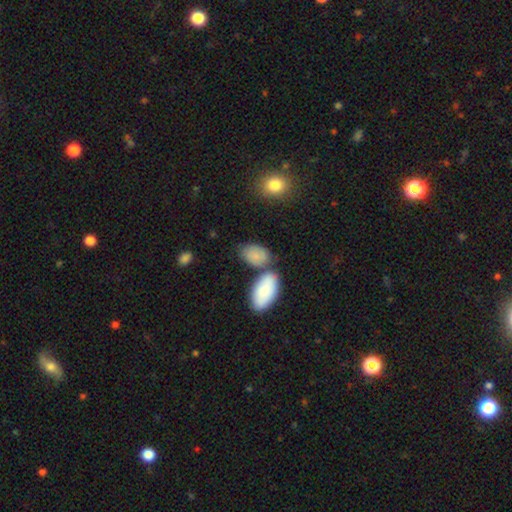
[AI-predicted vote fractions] smooth-or-featured: smooth: 77% | featured or disk: 15% | star or artifact: 8%
  how-rounded: in between: 88% | round: 10% | cigar-shaped: 2%
  merging: none: 54% | merger: 23% | minor disturbance: 18% | major disturbance: 6%